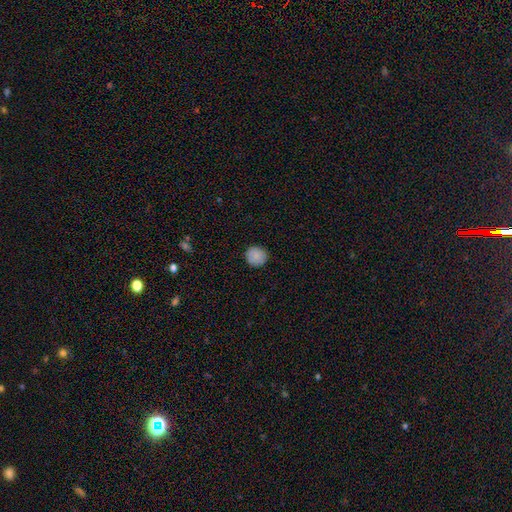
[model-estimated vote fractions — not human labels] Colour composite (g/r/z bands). It shows a smooth galaxy with no disk features (87%) that is round (92%). Merging: none (91%).